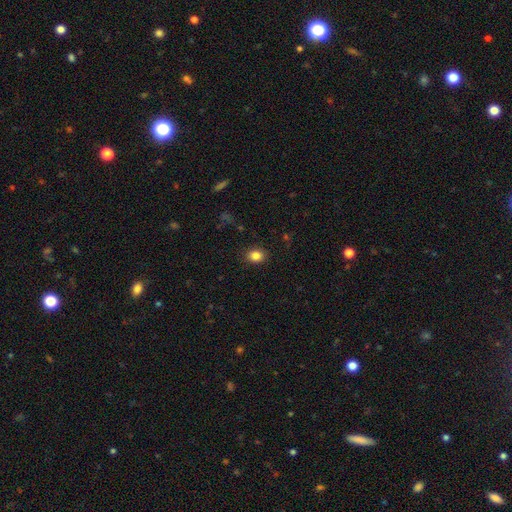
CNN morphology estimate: type=smooth (85%); roundness=in between (56%); merging=none (89%).